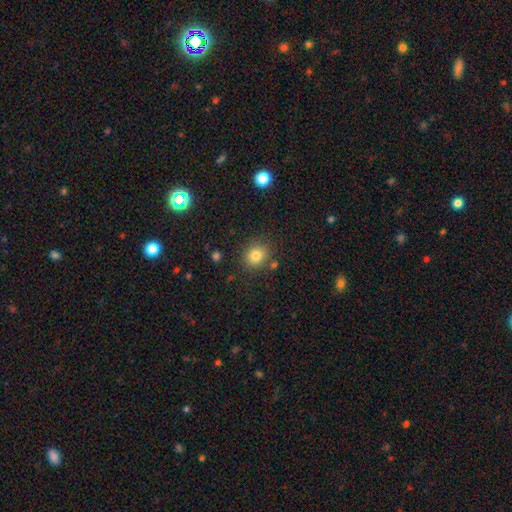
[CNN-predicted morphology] A smooth galaxy with no disk features (79%) that is round (70%).

Vote fractions:
- Smooth or featured? smooth: 79% / star or artifact: 13% / featured or disk: 8%
- How rounded? round: 70% / in between: 29% / cigar-shaped: 1%
- Merging? none: 81% / minor disturbance: 11% / merger: 5% / major disturbance: 3%